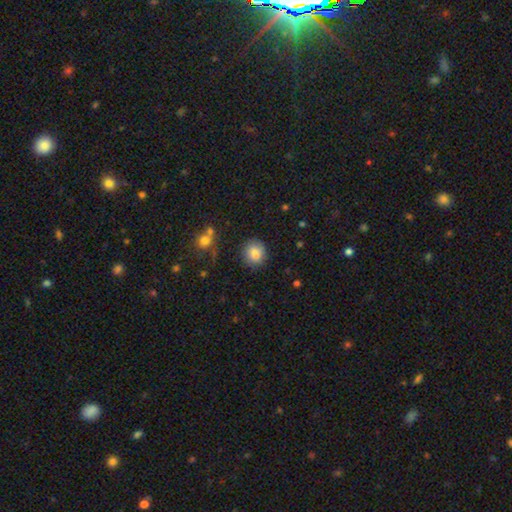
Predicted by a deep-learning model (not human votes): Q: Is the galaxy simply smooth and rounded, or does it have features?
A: smooth — 82%.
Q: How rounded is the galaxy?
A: round — 80%.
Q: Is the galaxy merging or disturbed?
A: none — 80%.